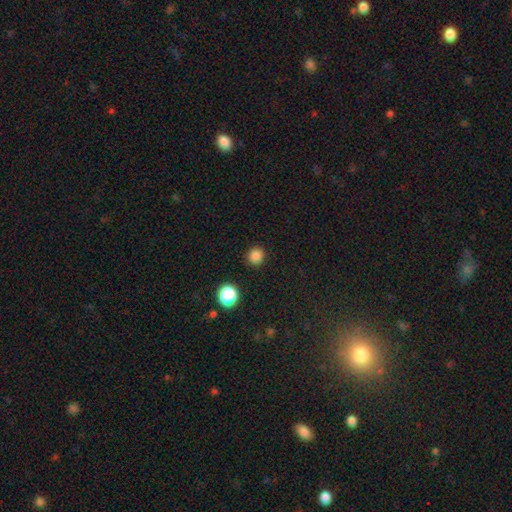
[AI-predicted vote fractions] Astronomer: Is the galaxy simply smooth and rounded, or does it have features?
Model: smooth — 84%.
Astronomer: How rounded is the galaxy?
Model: round — 92%.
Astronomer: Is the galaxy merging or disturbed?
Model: none — 91%.